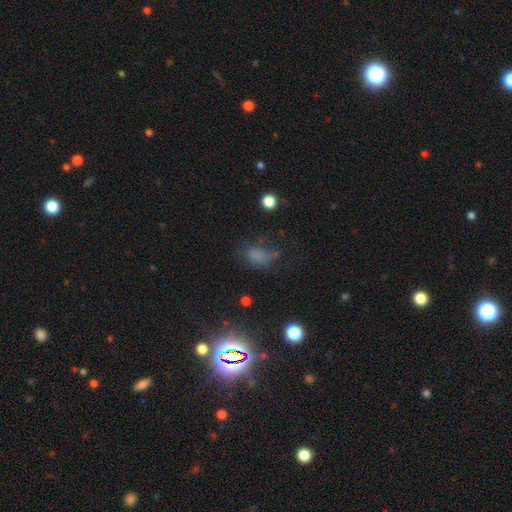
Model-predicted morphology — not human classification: Smooth or featured? smooth (46%)
Merging? none (45%)